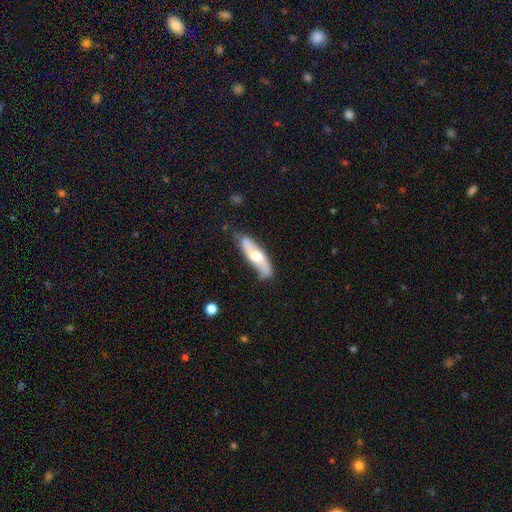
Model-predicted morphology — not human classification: Smooth or featured? featured or disk (55%)
Edge-on disk? no (63%)
Merging? none (66%)